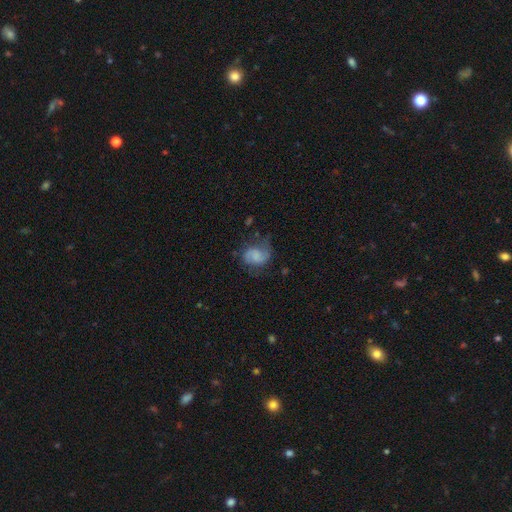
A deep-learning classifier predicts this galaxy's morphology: A featured or disk galaxy (48%). Merging: none (53%).